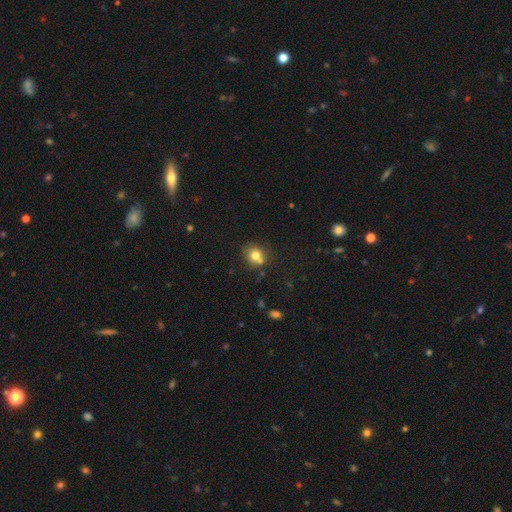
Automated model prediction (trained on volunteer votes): Smooth or featured? smooth (75%)
How rounded? round (74%)
Merging? none (59%)